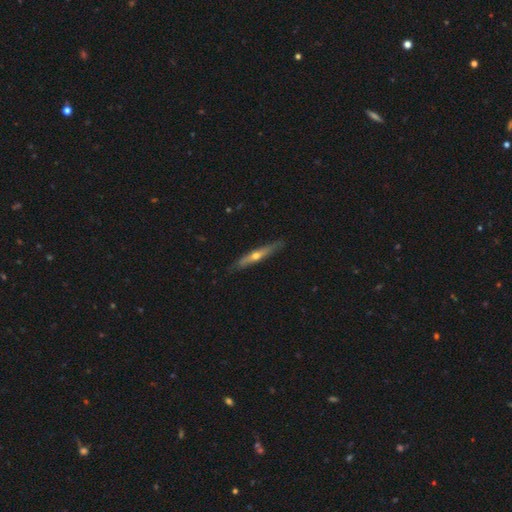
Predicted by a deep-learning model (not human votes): Q: Smooth or featured?
A: featured or disk (64%); runner-up: smooth (31%)
Q: Edge-on disk?
A: yes (92%); runner-up: no (8%)
Q: Edge-on bulge?
A: rounded (87%); runner-up: none (11%)
Q: Merging?
A: none (86%); runner-up: minor disturbance (11%)